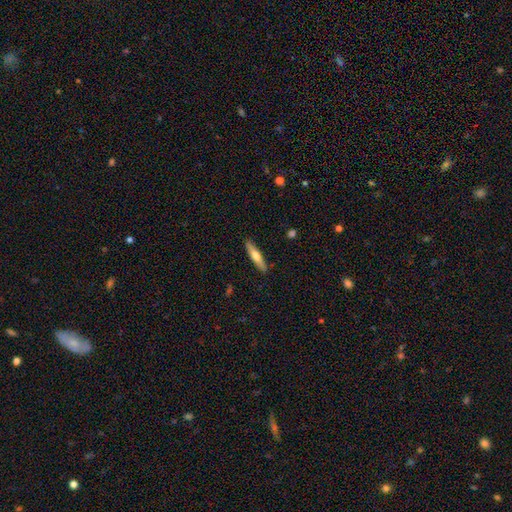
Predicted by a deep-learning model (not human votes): smooth_or_featured: smooth (p=0.55) [alt: featured or disk p=0.39]
how_rounded: cigar-shaped (p=0.84) [alt: in between p=0.14]
merging: none (p=0.89) [alt: minor disturbance p=0.08]